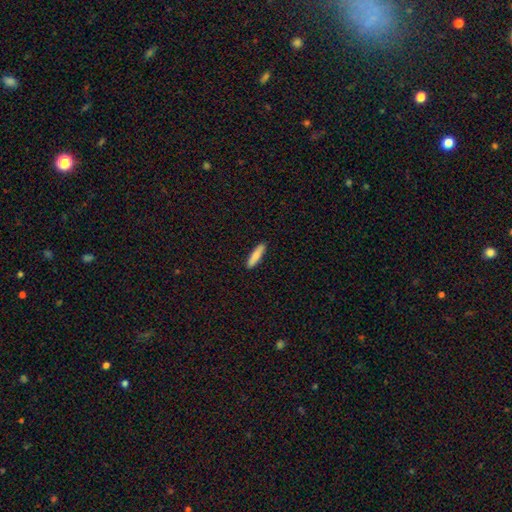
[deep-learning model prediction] This appears to be a smooth galaxy with no disk features (82%) that is cigar-shaped (81%). Merging: none (90%).